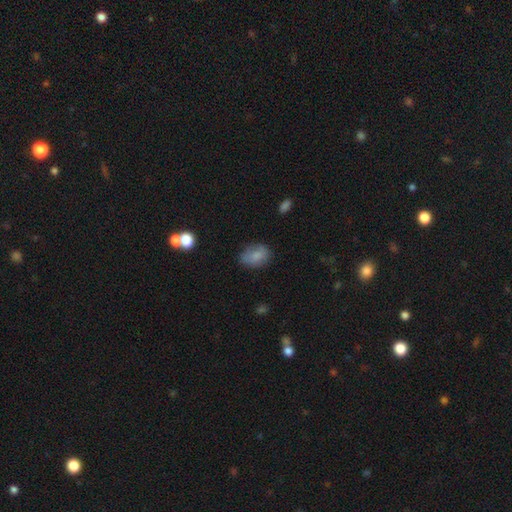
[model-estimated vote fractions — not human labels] Q: Smooth or featured?
A: smooth (80%); runner-up: featured or disk (11%)
Q: How rounded?
A: in between (76%); runner-up: round (23%)
Q: Merging?
A: none (67%); runner-up: minor disturbance (24%)